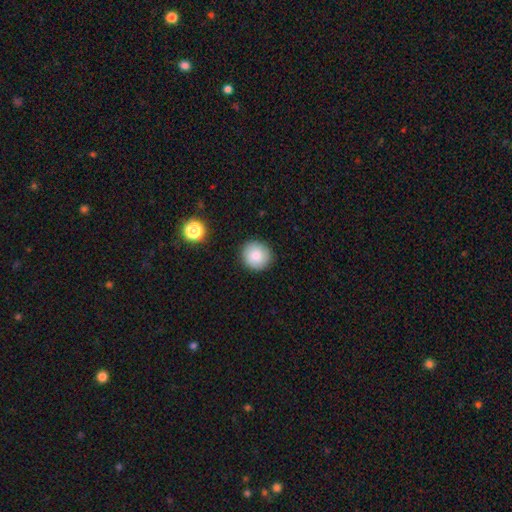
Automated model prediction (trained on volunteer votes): smooth 83%, featured or disk 9%, star or artifact 8%. Down the decision tree: how rounded — round (92%); merging — none (90%).